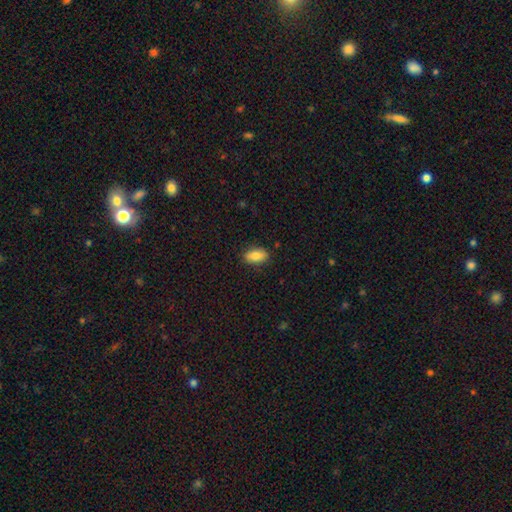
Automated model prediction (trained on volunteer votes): smooth 82%, featured or disk 11%, star or artifact 7%. Down the decision tree: how rounded — in between (89%); merging — none (87%).